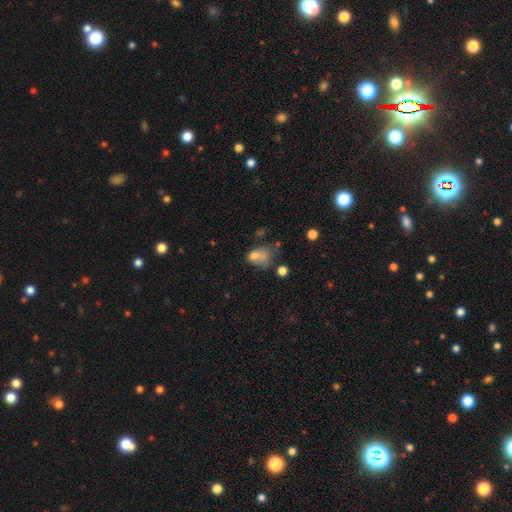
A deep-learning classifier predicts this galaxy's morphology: smooth-or-featured: smooth: 64% | featured or disk: 20% | star or artifact: 15%
  how-rounded: in between: 66% | round: 32% | cigar-shaped: 2%
  merging: major disturbance: 29% (tied) | merger: 29% (tied) | none: 23% | minor disturbance: 20%